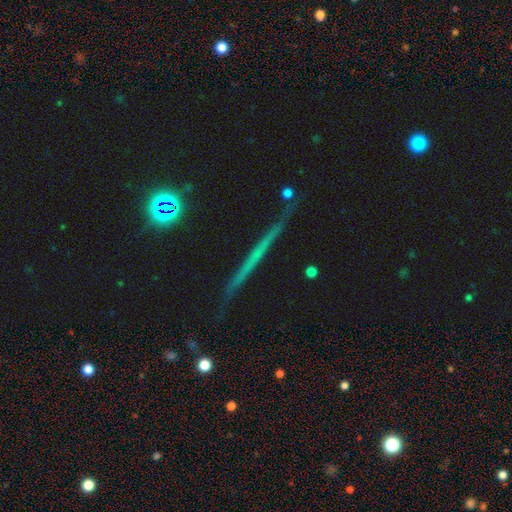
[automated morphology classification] Overall: featured or disk (55%; smooth 30%). Edge-on disk: yes (96%). Edge-on bulge: none (91%). Merging: none (89%).